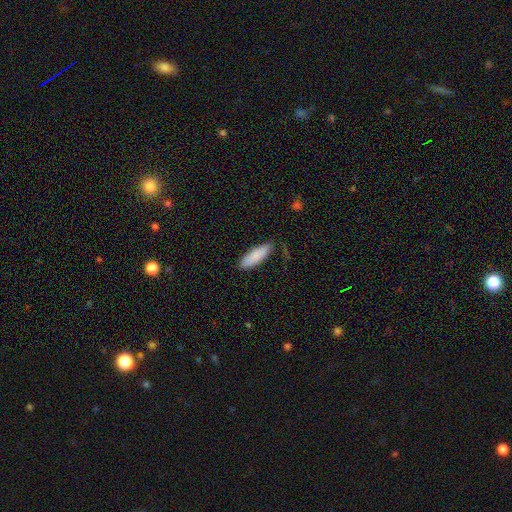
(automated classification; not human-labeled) Smooth or featured?
  - smooth: 87% *
  - featured or disk: 7%
  - star or artifact: 6%
How rounded?
  - in between: 53% *
  - cigar-shaped: 45%
  - round: 2%
Merging?
  - none: 79% *
  - minor disturbance: 16%
  - major disturbance: 3%
  - merger: 2%